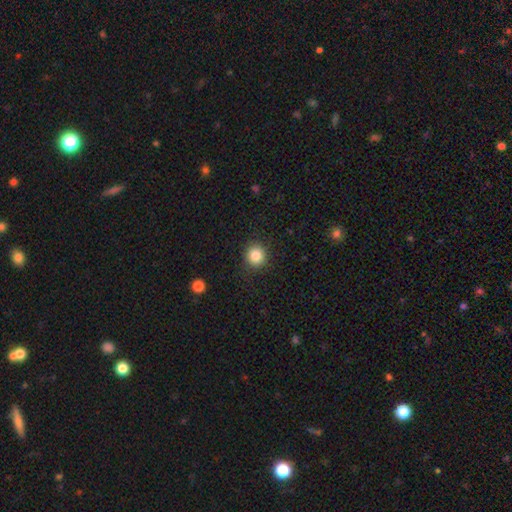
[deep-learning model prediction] A smooth galaxy with no disk features (85%) that is round (89%).

Vote fractions:
- Smooth or featured? smooth: 85% / star or artifact: 10% / featured or disk: 5%
- How rounded? round: 89% / in between: 10% / cigar-shaped: 1%
- Merging? none: 88% / minor disturbance: 8% / major disturbance: 3% / merger: 1%